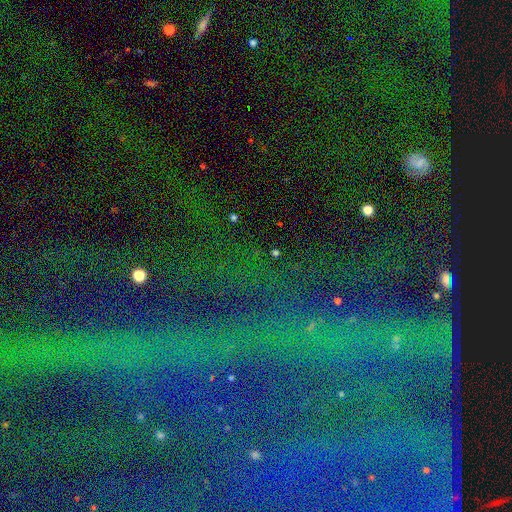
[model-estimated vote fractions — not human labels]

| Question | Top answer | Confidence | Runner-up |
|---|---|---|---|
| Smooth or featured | star or artifact | 82% | featured or disk (9%) |